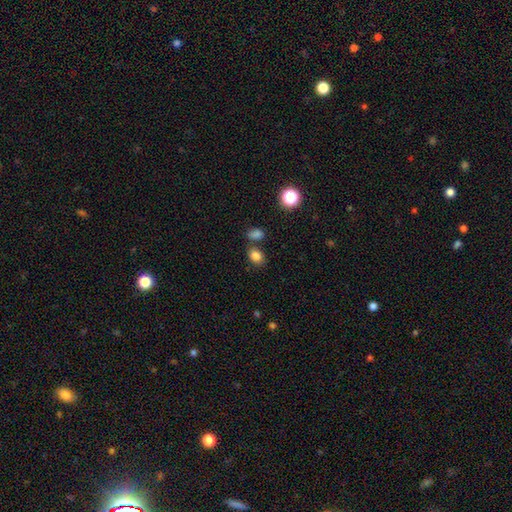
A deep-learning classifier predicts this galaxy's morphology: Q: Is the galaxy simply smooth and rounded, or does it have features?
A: smooth — 83%.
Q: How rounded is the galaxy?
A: in between — 67%.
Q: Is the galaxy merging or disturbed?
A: none — 71%.